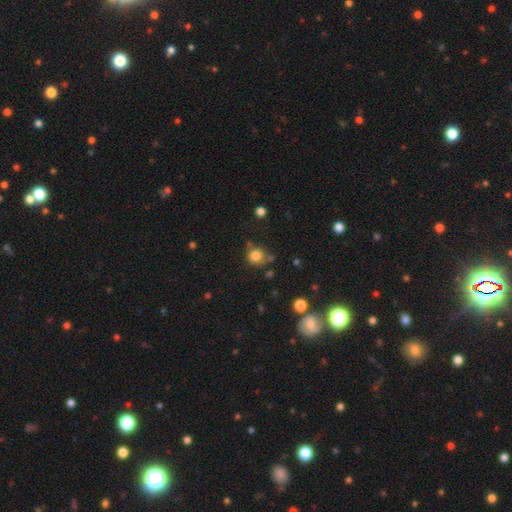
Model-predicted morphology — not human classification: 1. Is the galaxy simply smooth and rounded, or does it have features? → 82% smooth, 12% star or artifact, 6% featured or disk.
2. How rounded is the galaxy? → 90% round, 10% in between, 1% cigar-shaped.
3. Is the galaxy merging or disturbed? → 69% none, 15% minor disturbance, 11% merger, 5% major disturbance.